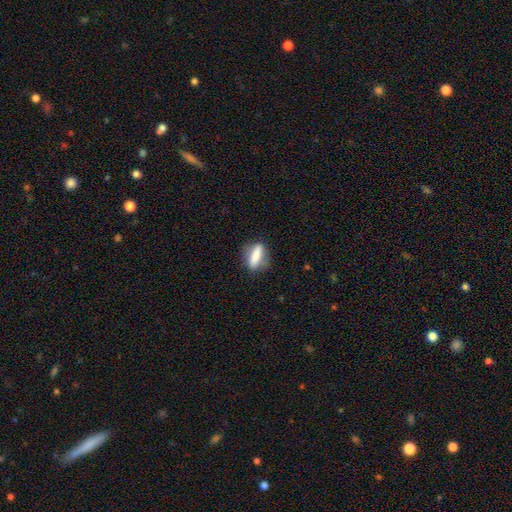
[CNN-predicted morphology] type=smooth (68%); roundness=cigar-shaped (51%); merging=none (79%).